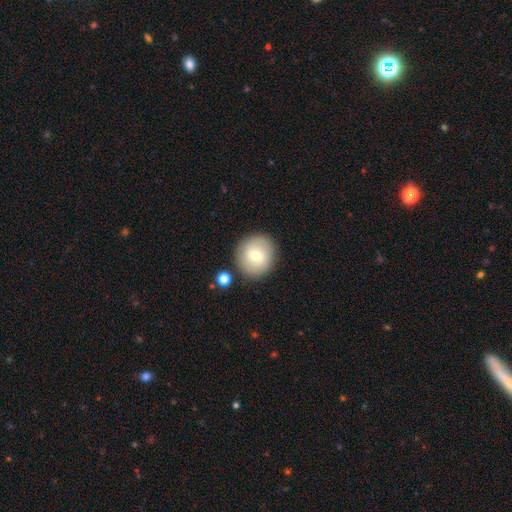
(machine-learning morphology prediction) Smooth or featured?
  - smooth: 71% *
  - featured or disk: 21%
  - star or artifact: 8%
How rounded?
  - round: 91% *
  - in between: 8%
  - cigar-shaped: 1%
Merging?
  - none: 85% *
  - minor disturbance: 8%
  - merger: 4%
  - major disturbance: 3%